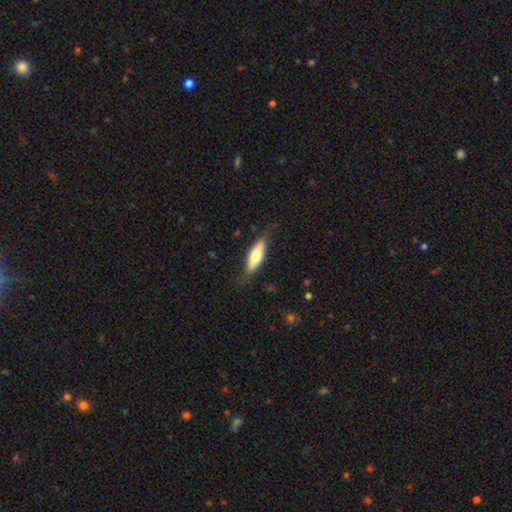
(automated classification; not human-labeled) Smooth or featured: smooth — 65% (featured or disk — 30%)
How rounded: in between — 57% (cigar-shaped — 41%)
Merging: none — 75% (minor disturbance — 19%)